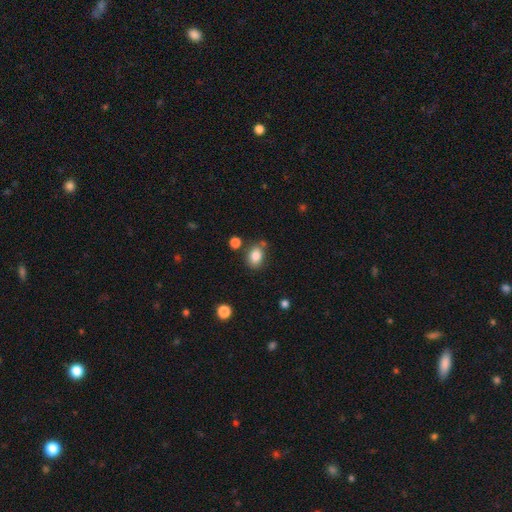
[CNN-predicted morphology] smooth_or_featured: smooth (p=0.83) [alt: star or artifact p=0.10]
how_rounded: in between (p=0.62) [alt: round p=0.36]
merging: none (p=0.70) [alt: minor disturbance p=0.16]